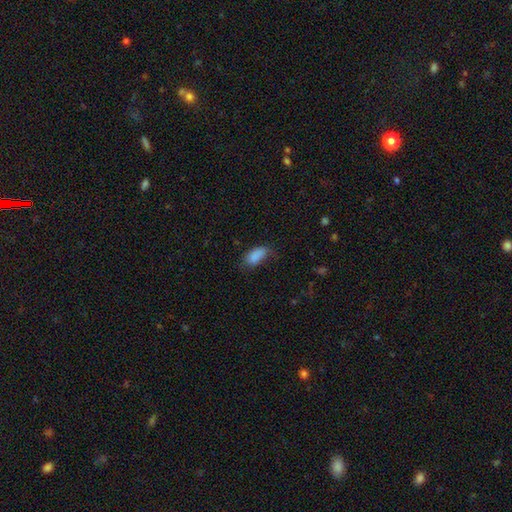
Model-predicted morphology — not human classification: Smooth or featured?
  - smooth: 86% *
  - star or artifact: 8%
  - featured or disk: 6%
How rounded?
  - in between: 91% *
  - cigar-shaped: 6%
  - round: 3%
Merging?
  - none: 51% *
  - minor disturbance: 34%
  - major disturbance: 13%
  - merger: 2%